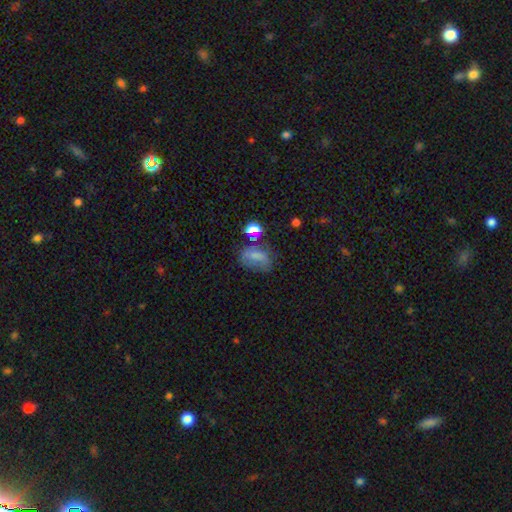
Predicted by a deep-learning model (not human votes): This is likely a smooth galaxy (66%). How rounded: likely in between (76%). Merging: marginally none (43%).